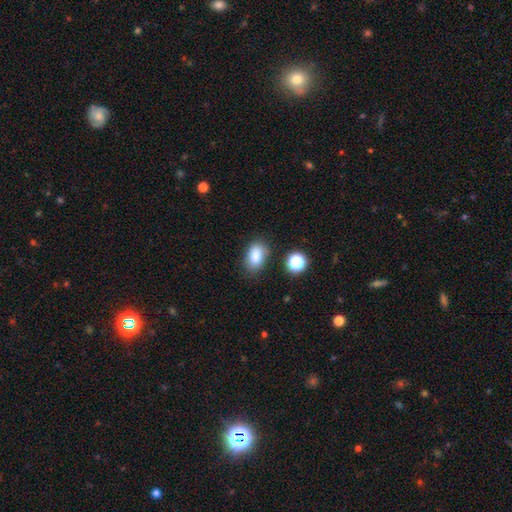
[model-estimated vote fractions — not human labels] smooth 84%, star or artifact 10%, featured or disk 6%. Down the decision tree: how rounded — in between (87%); merging — none (76%).